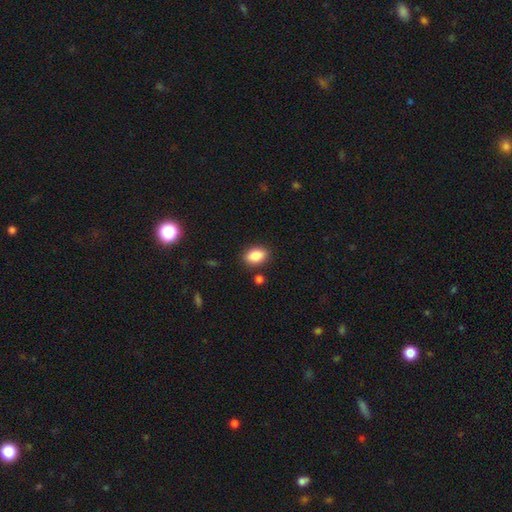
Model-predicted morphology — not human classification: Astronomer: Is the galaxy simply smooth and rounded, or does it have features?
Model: smooth — 86%.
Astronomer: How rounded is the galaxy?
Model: in between — 84%.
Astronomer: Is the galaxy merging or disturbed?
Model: none — 85%.